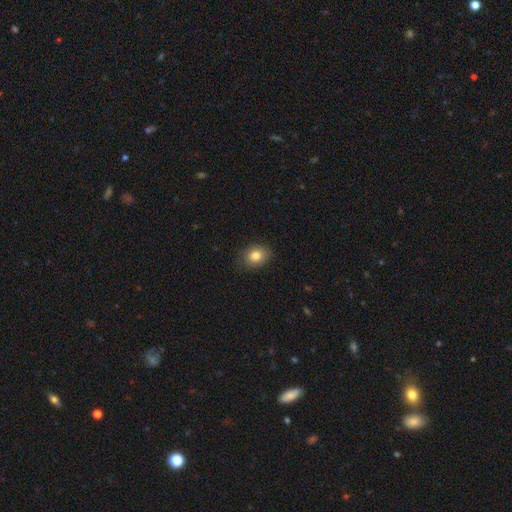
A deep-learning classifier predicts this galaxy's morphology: smooth 83%, star or artifact 9%, featured or disk 8%. Down the decision tree: how rounded — in between (53%); merging — none (84%).